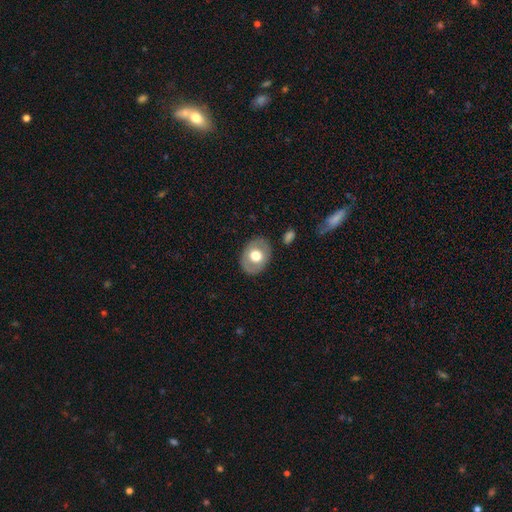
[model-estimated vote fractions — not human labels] Overall: smooth (58%; featured or disk 35%). How rounded: in between (60%; round 39%). Merging: none (84%).